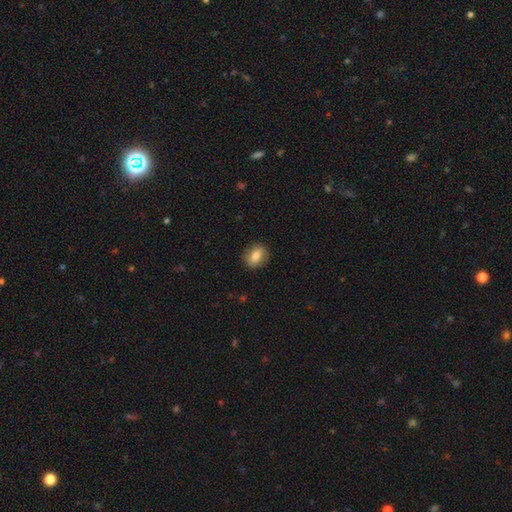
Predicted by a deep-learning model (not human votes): smooth 76%, featured or disk 17%, star or artifact 8%. Down the decision tree: how rounded — in between (62%); merging — none (86%).